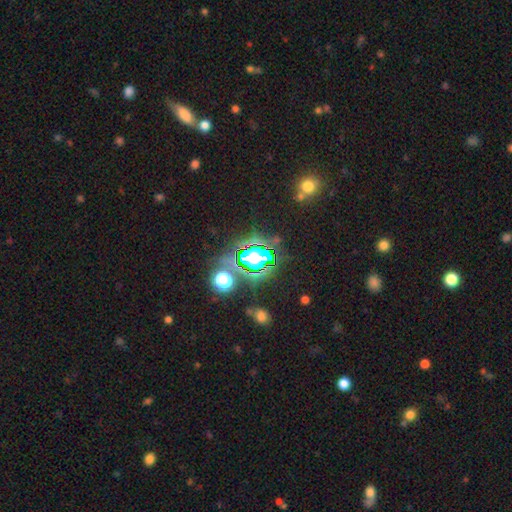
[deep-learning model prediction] This appears to be a star or artifact, not a galaxy (71%).